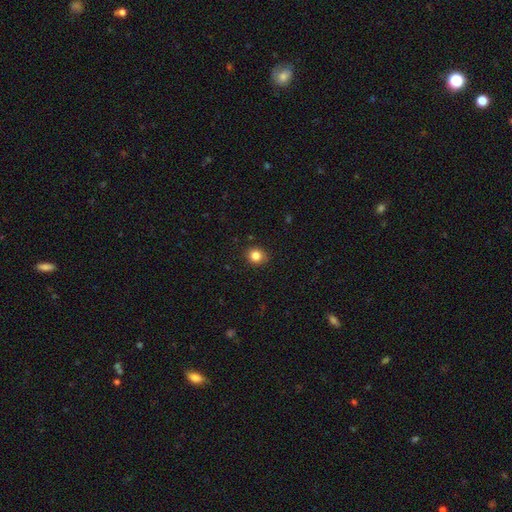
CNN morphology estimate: smooth_or_featured: smooth (p=0.84) [alt: star or artifact p=0.11]
how_rounded: round (p=0.81) [alt: in between p=0.18]
merging: none (p=0.89) [alt: minor disturbance p=0.08]